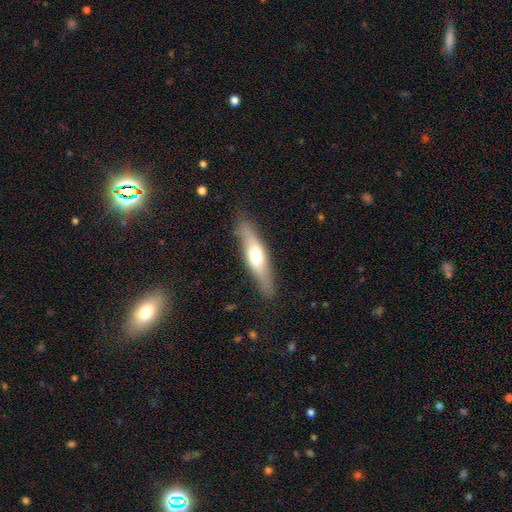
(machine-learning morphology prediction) smooth_or_featured: featured or disk (p=0.48) [alt: smooth p=0.46]
merging: none (p=0.84) [alt: minor disturbance p=0.12]